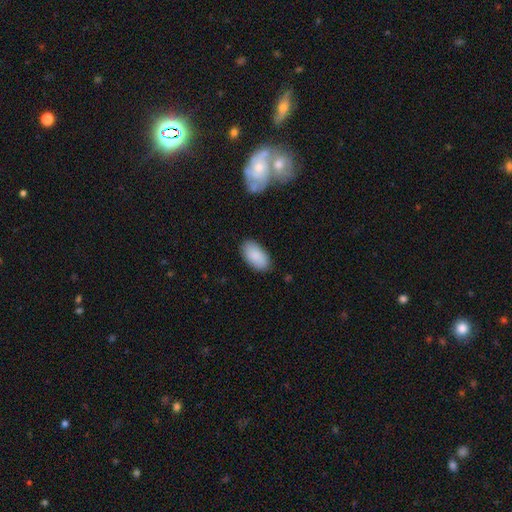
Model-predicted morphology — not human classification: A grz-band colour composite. It shows a smooth galaxy with no disk features (89%) that is in between round and cigar-shaped (95%). Merging: none (86%).